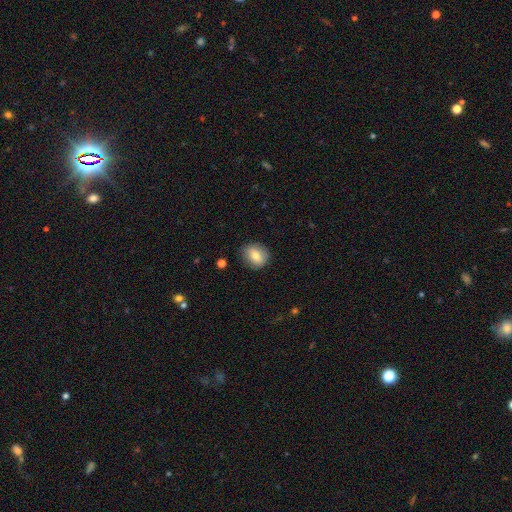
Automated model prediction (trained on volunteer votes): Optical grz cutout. It shows a smooth galaxy with no disk features (73%) that is round (61%). Merging: none (84%).